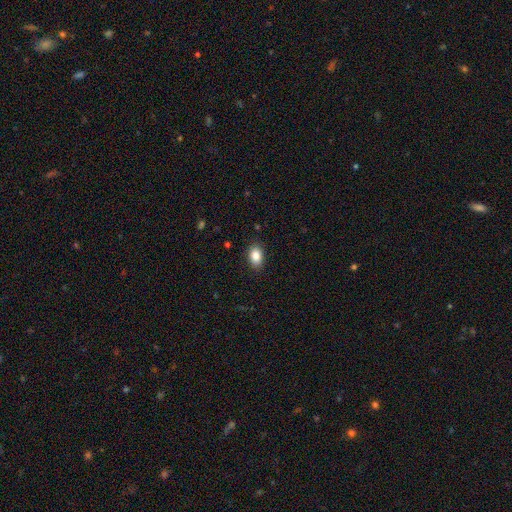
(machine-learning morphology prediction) Smooth or featured? smooth (86%)
How rounded? in between (87%)
Merging? none (87%)